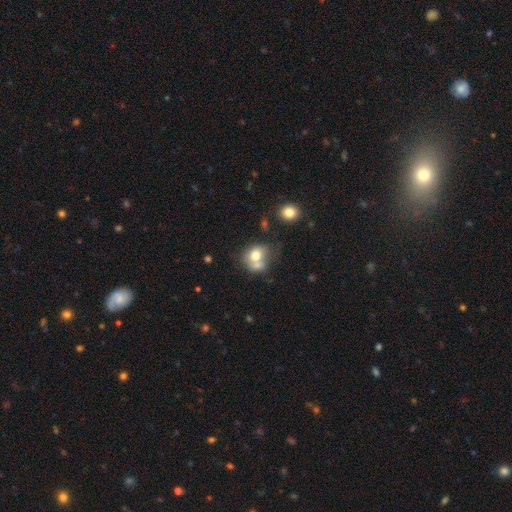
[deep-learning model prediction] A smooth galaxy with no disk features (70%) that is round (60%). Merging: merger (46%).